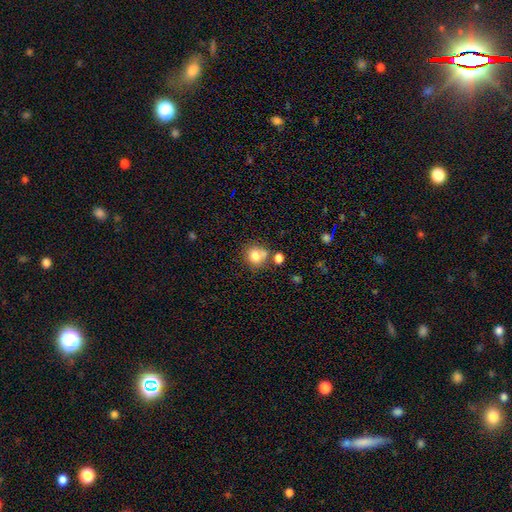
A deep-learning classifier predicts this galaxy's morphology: Smooth or featured? Predicted: smooth (p=0.78). How rounded? Predicted: round (p=0.76). Merging? Predicted: none (p=0.53).